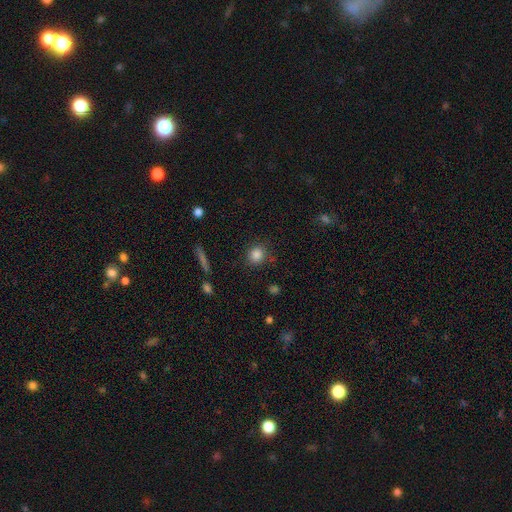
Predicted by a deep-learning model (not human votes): This is clearly a smooth galaxy (84%). How rounded: clearly round (84%). Merging: clearly none (84%).